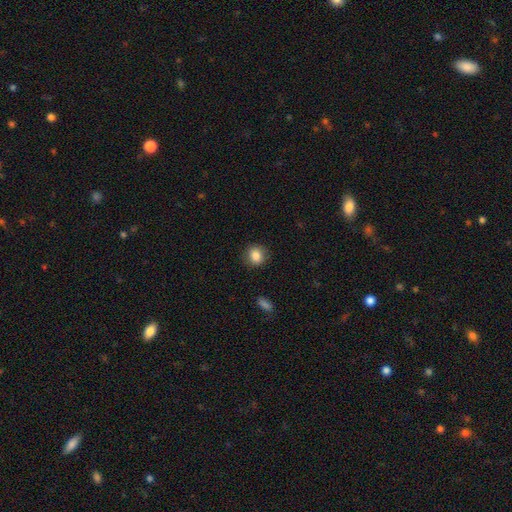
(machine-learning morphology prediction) The model was most divided on "how rounded": round: 76%, in between: 23%, cigar-shaped: 1%. More confident: merging — none (86%); smooth or featured — smooth (84%).